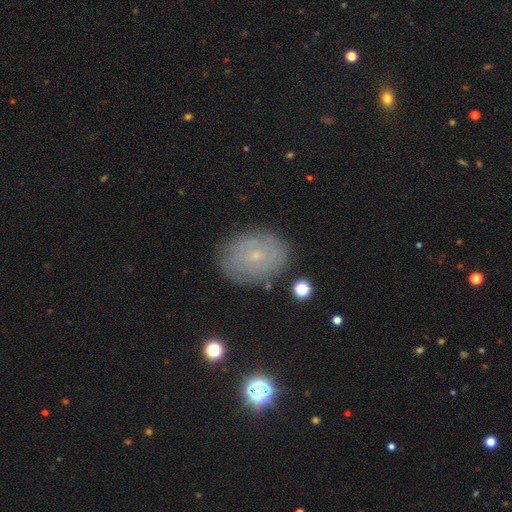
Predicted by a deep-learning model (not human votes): A featured or disk galaxy (61%) with no bar (69%), spiral arms (80%) and a small central bulge (82%).

Vote fractions:
- Smooth or featured? featured or disk: 61% / smooth: 28% / star or artifact: 11%
- Edge-on disk? no: 96% / yes: 4%
- Bar? no: 69% / weak: 27% / strong: 5%
- Spiral arms? yes: 80% / no: 20%
- Bulge size? small: 82% / moderate: 13% / none: 3% / large: 1% / dominant: 1%
- Merging? none: 83% / minor disturbance: 12% / major disturbance: 3% / merger: 1%